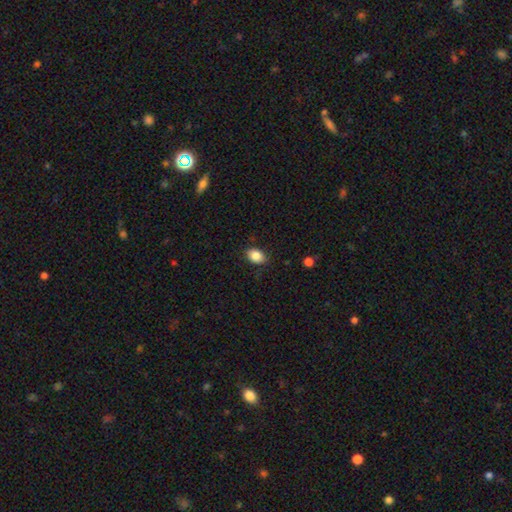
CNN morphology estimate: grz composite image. It shows a smooth galaxy with no disk features (86%) that is in between round and cigar-shaped (77%). Merging: none (84%).